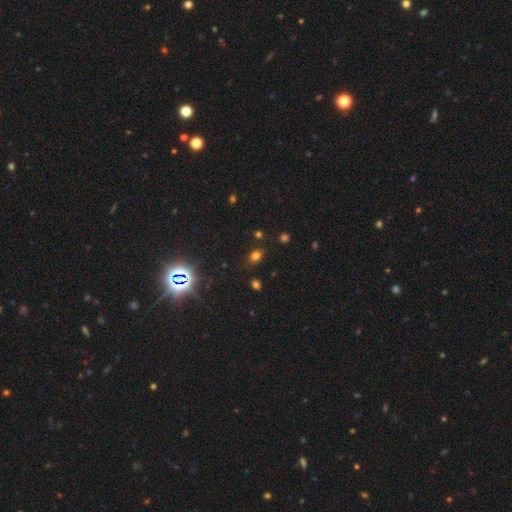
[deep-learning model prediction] This appears to be a smooth galaxy with no disk features (68%) that is in between round and cigar-shaped (62%). Merging: none (81%).